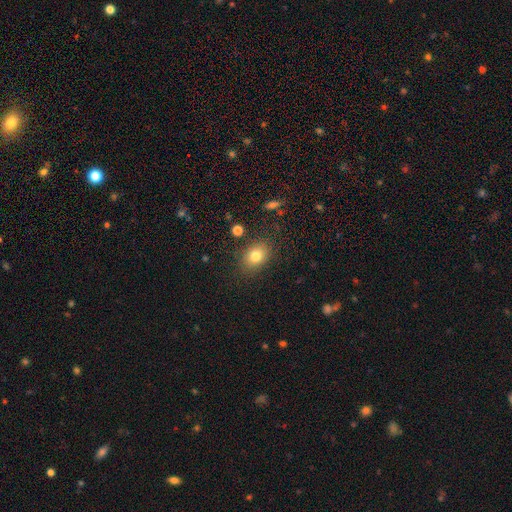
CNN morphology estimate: Smooth or featured? smooth (80%)
How rounded? in between (64%)
Merging? none (84%)